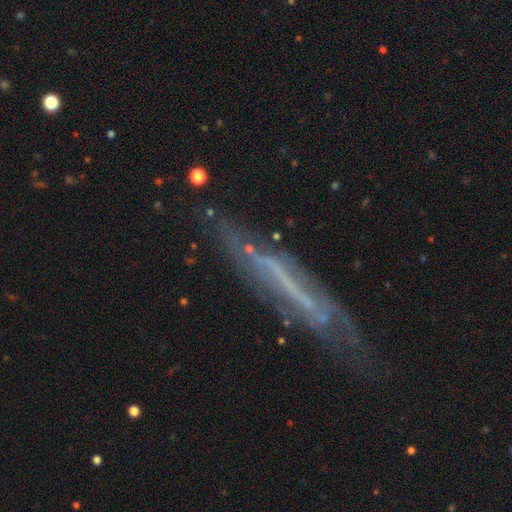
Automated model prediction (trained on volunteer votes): The model was most divided on "edge-on disk": yes: 65%, no: 35%. More confident: smooth or featured — featured or disk (69%); merging — none (61%).